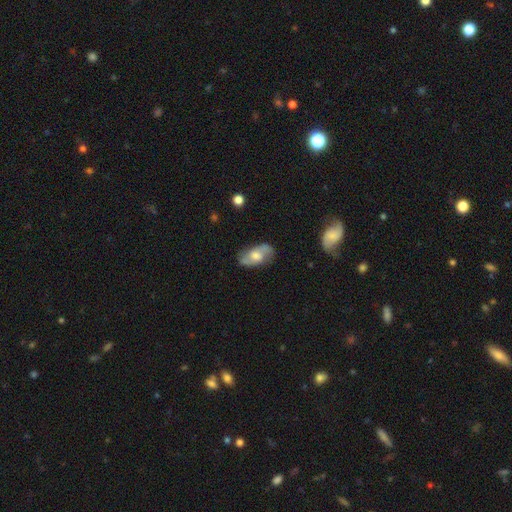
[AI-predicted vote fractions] Q: Smooth or featured?
A: featured or disk (56%); runner-up: smooth (37%)
Q: Edge-on disk?
A: no (92%); runner-up: yes (8%)
Q: Bar?
A: no (58%); runner-up: weak (34%)
Q: Spiral arms?
A: yes (80%); runner-up: no (20%)
Q: Bulge size?
A: moderate (60%); runner-up: small (20%)
Q: Merging?
A: none (74%); runner-up: minor disturbance (19%)